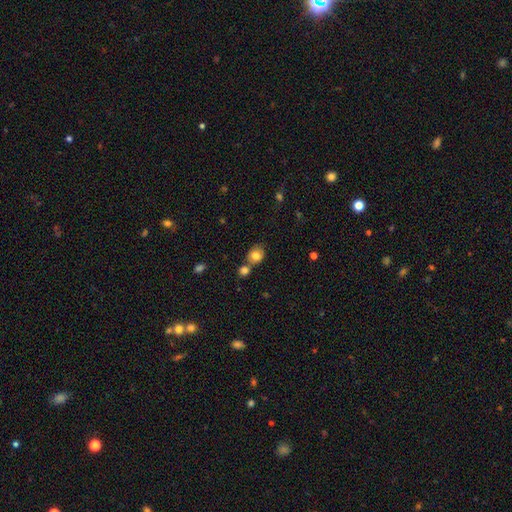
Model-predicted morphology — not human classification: Smooth or featured? smooth (81%)
How rounded? round (61%)
Merging? none (56%)